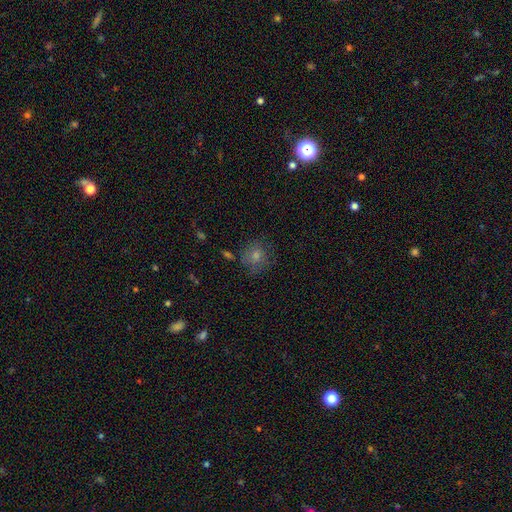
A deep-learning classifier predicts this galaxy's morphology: Overall: smooth (51%; star or artifact 28%). How rounded: round (86%). Merging: none (77%).